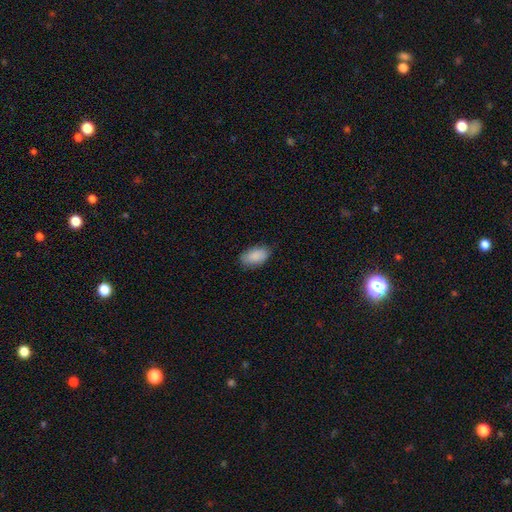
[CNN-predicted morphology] Smooth or featured? Predicted: smooth (p=0.89). How rounded? Predicted: in between (p=0.94). Merging? Predicted: none (p=0.80).